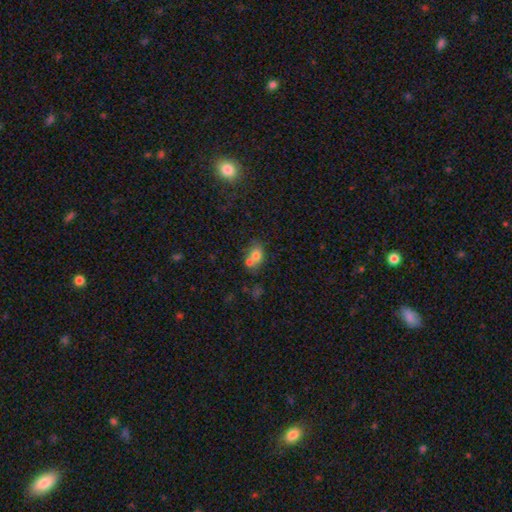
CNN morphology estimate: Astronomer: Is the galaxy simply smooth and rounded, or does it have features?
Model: smooth — 70%.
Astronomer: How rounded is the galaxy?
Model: in between — 60% (runner-up: round, 38%).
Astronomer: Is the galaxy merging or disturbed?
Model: merger — 47% (runner-up: none, 36%).